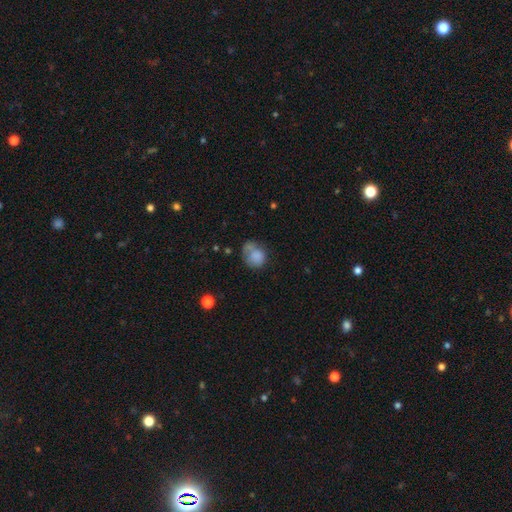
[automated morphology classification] This is likely a smooth galaxy (75%). How rounded: likely round (60%). Merging: marginally none (38%).